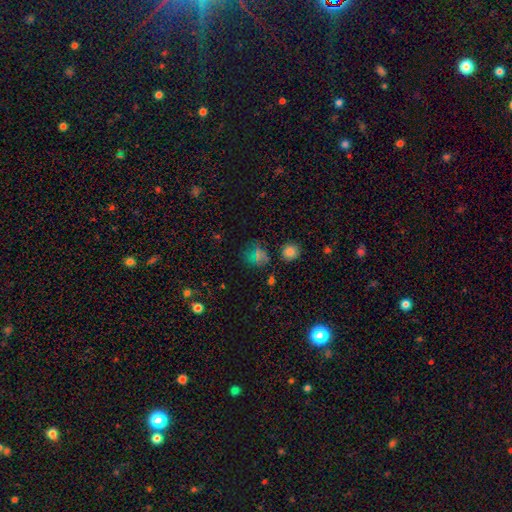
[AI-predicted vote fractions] A smooth galaxy with no disk features (58%) that is round (77%). Merging: none (69%).